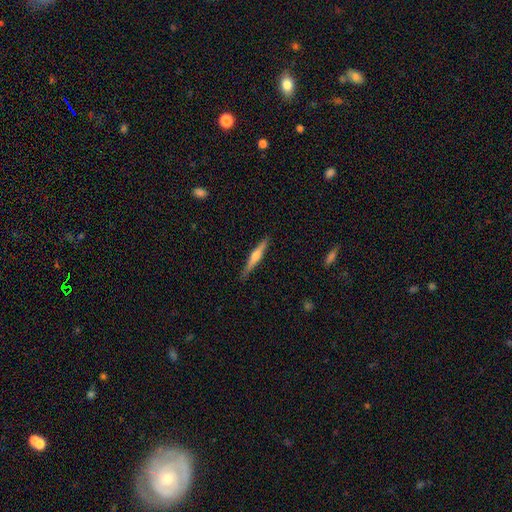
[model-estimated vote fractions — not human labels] Morphology: type=featured or disk (61%); edge-on=yes (98%); edge-on bulge=rounded (85%); merging=none (89%).